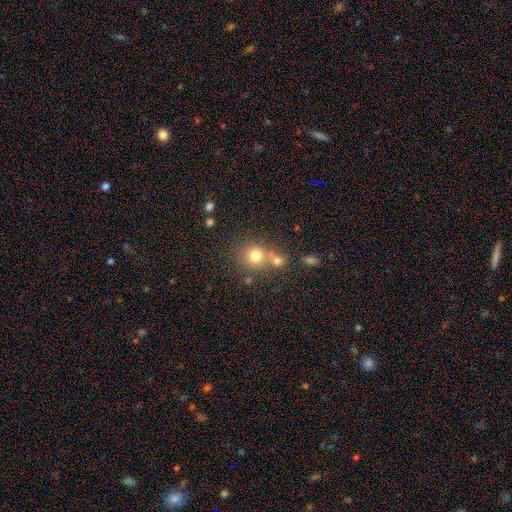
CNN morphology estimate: Q: Smooth or featured?
A: smooth (75%); runner-up: star or artifact (14%)
Q: How rounded?
A: round (84%); runner-up: in between (15%)
Q: Merging?
A: none (53%); runner-up: merger (34%)